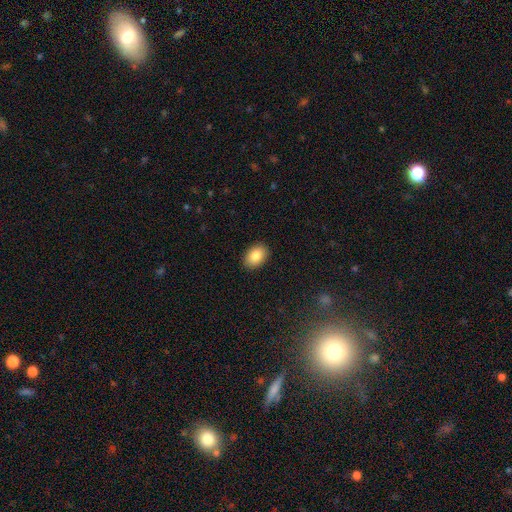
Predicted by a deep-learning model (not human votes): This is clearly a smooth galaxy (85%). How rounded: clearly in between (80%). Merging: clearly none (90%).